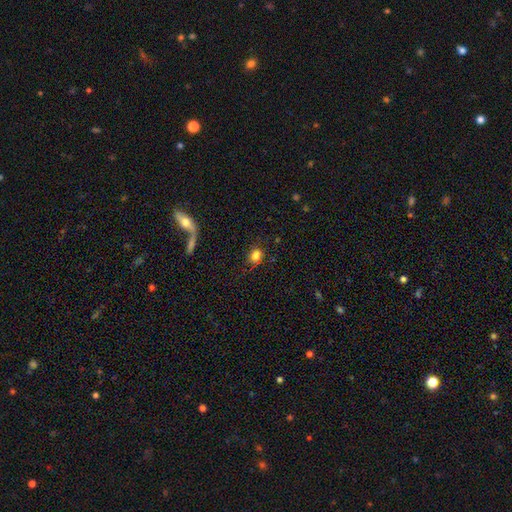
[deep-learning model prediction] smooth_or_featured: smooth (p=0.82) [alt: star or artifact p=0.11]
how_rounded: round (p=0.58) [alt: in between p=0.40]
merging: none (p=0.78) [alt: minor disturbance p=0.12]